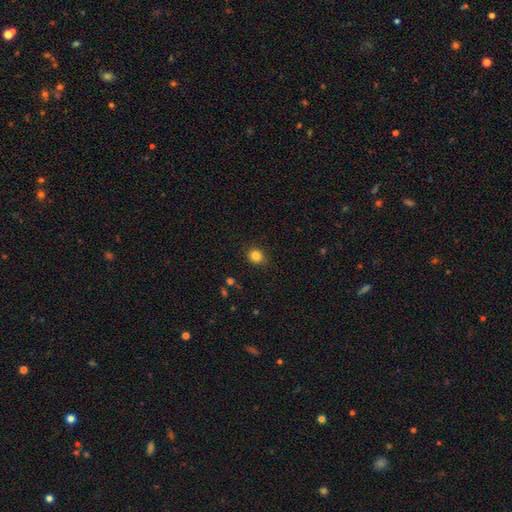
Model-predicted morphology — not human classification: A smooth galaxy with no disk features (84%) that is round (73%). Merging: none (84%).